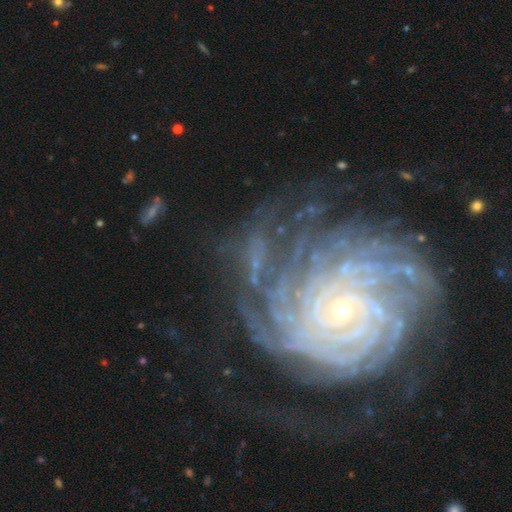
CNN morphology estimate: Smooth or featured? Predicted: featured or disk (p=0.86). Edge-on disk? Predicted: no (p=0.97). Bar? Predicted: no (p=0.68). Spiral arms? Predicted: yes (p=0.98). Spiral winding? Predicted: tight (p=0.84). Spiral arm count? Predicted: more than 4 (p=0.41). Bulge size? Predicted: small (p=0.74). Merging? Predicted: none (p=0.74).